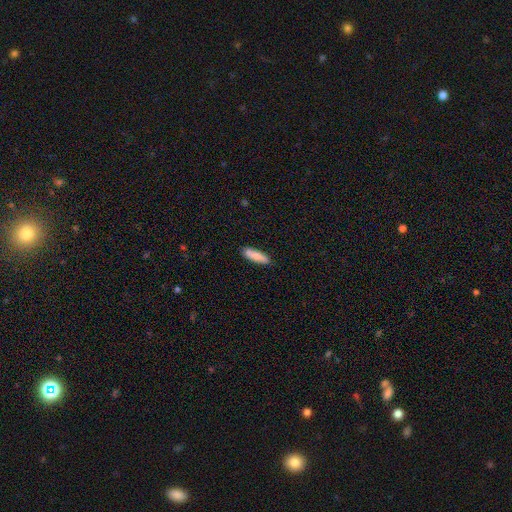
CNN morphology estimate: This appears to be a smooth galaxy with no disk features (81%) that is cigar-shaped (64%). Merging: none (86%).